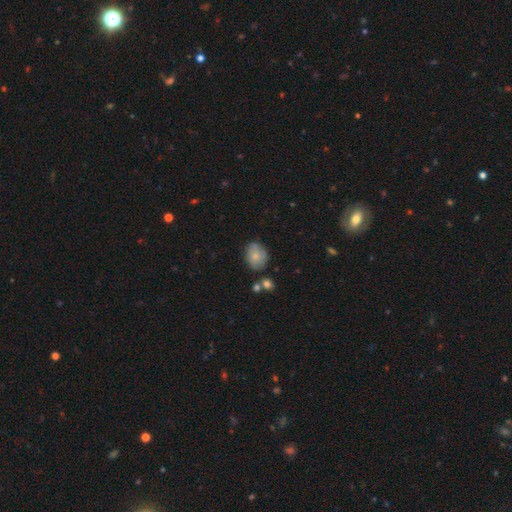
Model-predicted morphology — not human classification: This is likely a smooth galaxy (75%). How rounded: possibly in between (51%). Merging: likely none (64%).